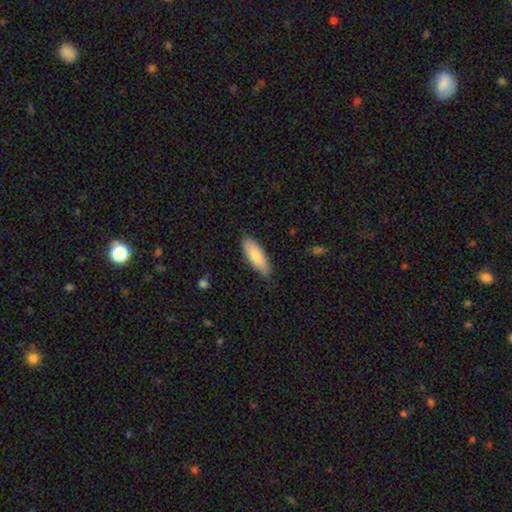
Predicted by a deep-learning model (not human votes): Overall: smooth (82%). How rounded: in between (64%; cigar-shaped 35%). Merging: none (82%).